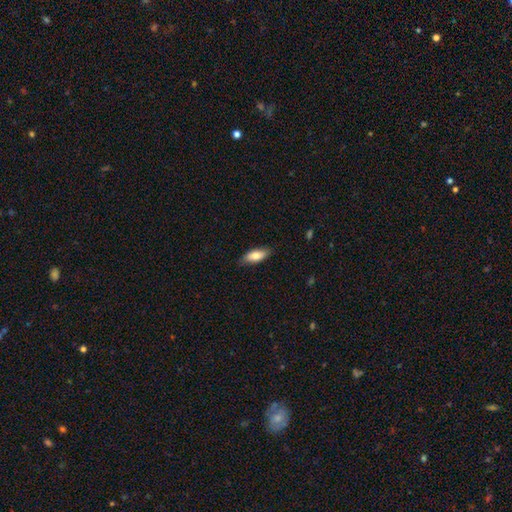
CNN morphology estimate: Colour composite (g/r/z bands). It shows a smooth galaxy with no disk features (80%) that is in between round and cigar-shaped (79%). Merging: none (82%).